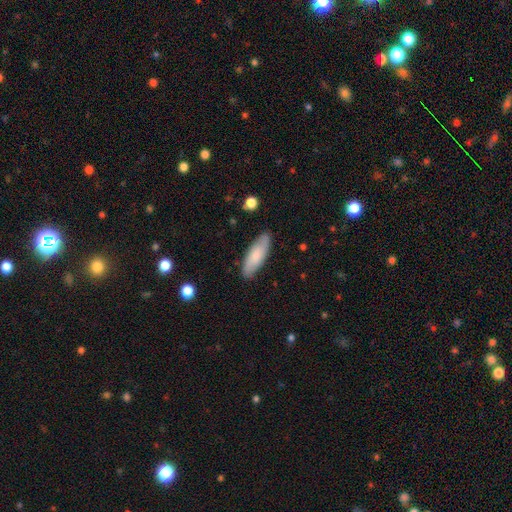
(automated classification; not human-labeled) smooth_or_featured: smooth (p=0.75) [alt: featured or disk p=0.20]
how_rounded: in between (p=0.61) [alt: cigar-shaped p=0.38]
merging: none (p=0.85) [alt: minor disturbance p=0.11]